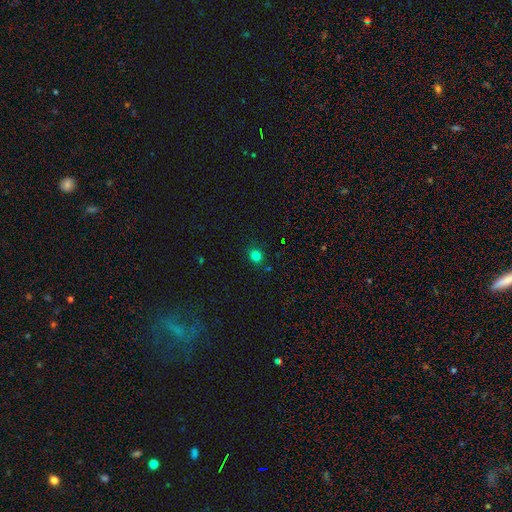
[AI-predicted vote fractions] The model was most divided on "smooth or featured": smooth: 79%, star or artifact: 17%, featured or disk: 4%. More confident: merging — none (85%); how rounded — round (82%).